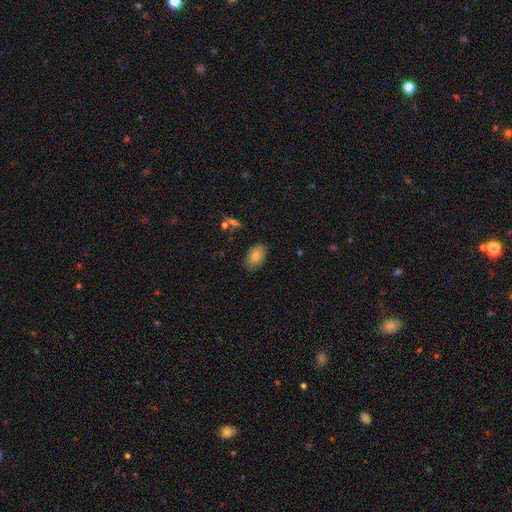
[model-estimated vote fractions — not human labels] Smooth or featured?
  - smooth: 81% *
  - featured or disk: 11%
  - star or artifact: 8%
How rounded?
  - in between: 91% *
  - round: 8%
  - cigar-shaped: 2%
Merging?
  - none: 84% *
  - minor disturbance: 12%
  - major disturbance: 2%
  - merger: 2%